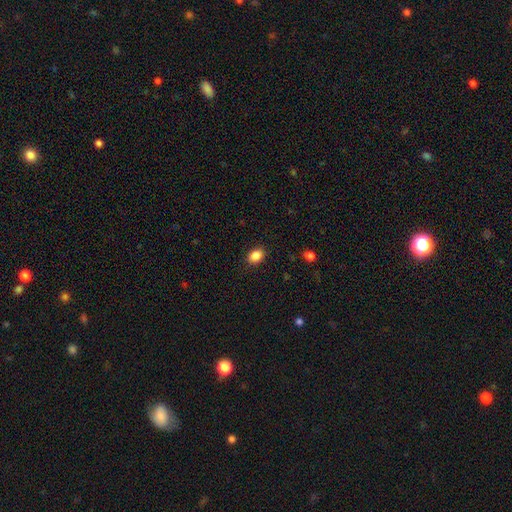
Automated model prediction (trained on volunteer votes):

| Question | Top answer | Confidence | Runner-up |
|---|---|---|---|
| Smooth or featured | smooth | 87% | star or artifact (9%) |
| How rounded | in between | 68% | round (31%) |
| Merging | none | 89% | minor disturbance (8%) |